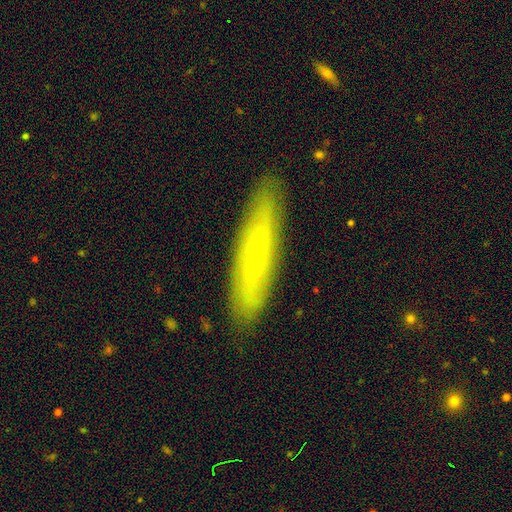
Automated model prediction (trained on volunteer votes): Smooth or featured? Predicted: smooth (p=0.49). Merging? Predicted: none (p=0.87).